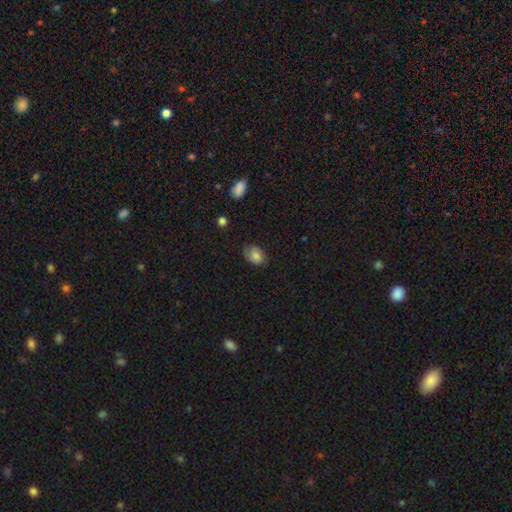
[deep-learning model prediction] This is likely a smooth galaxy (76%). How rounded: likely in between (79%). Merging: likely none (70%).